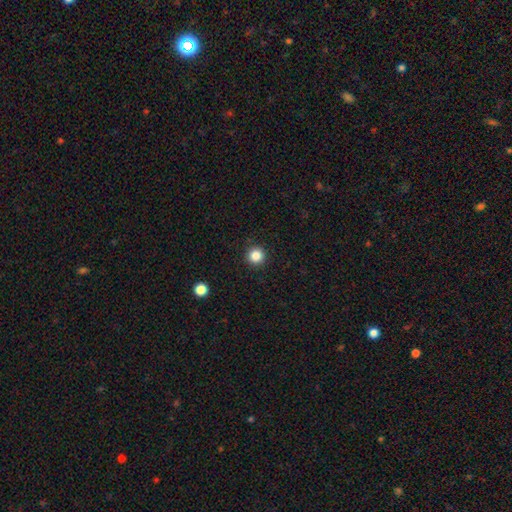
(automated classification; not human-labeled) This is clearly a smooth galaxy (85%). How rounded: clearly round (96%). Merging: clearly none (93%).